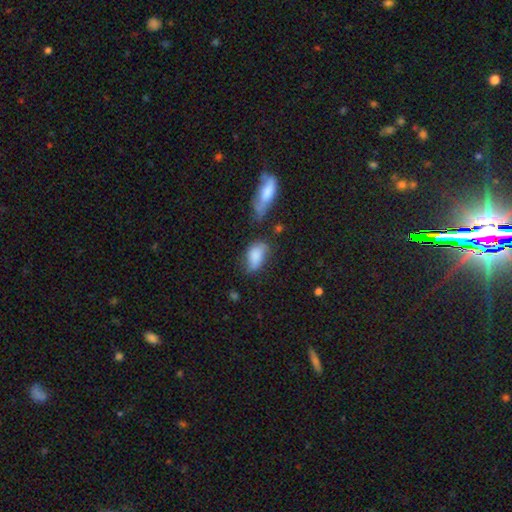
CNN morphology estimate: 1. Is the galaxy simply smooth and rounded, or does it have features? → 79% smooth, 13% featured or disk, 8% star or artifact.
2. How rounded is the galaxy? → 90% in between, 6% round, 3% cigar-shaped.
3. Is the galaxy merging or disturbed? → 46% none, 33% minor disturbance, 12% major disturbance, 9% merger.